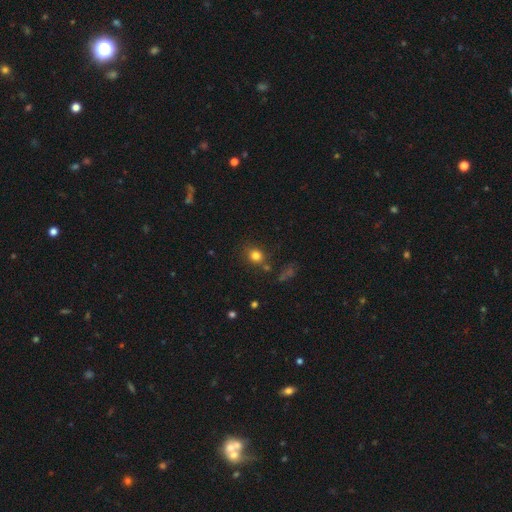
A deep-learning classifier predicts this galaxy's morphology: Smooth or featured?
  - smooth: 80% *
  - star or artifact: 13%
  - featured or disk: 7%
How rounded?
  - round: 76% *
  - in between: 23%
  - cigar-shaped: 1%
Merging?
  - none: 74% *
  - minor disturbance: 13%
  - merger: 8%
  - major disturbance: 5%